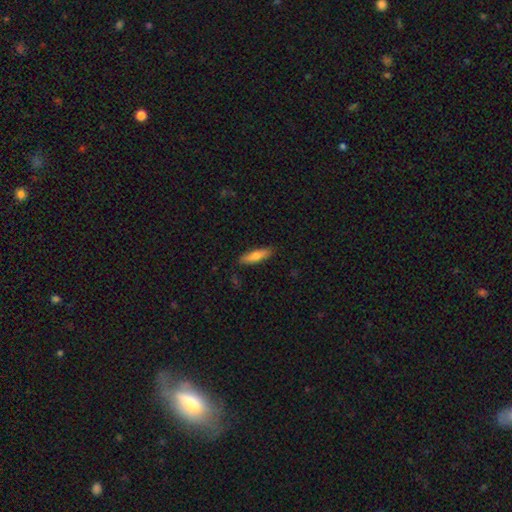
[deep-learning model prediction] Smooth or featured?
  - smooth: 71% *
  - featured or disk: 23%
  - star or artifact: 6%
How rounded?
  - cigar-shaped: 70% *
  - in between: 28%
  - round: 2%
Merging?
  - none: 88% *
  - minor disturbance: 9%
  - major disturbance: 2%
  - merger: 1%